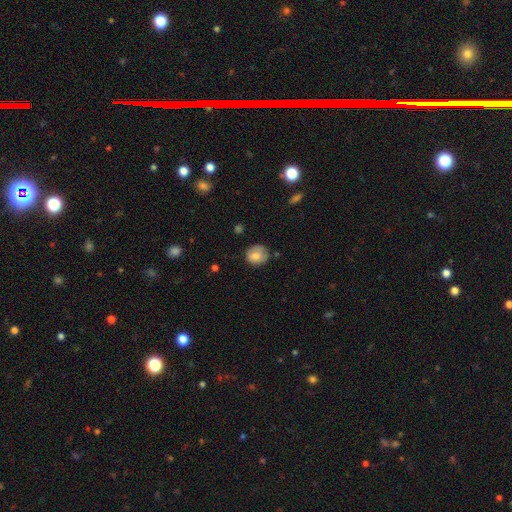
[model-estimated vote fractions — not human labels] Q: Smooth or featured?
A: smooth (73%); runner-up: featured or disk (19%)
Q: How rounded?
A: round (82%); runner-up: in between (17%)
Q: Merging?
A: none (71%); runner-up: minor disturbance (22%)